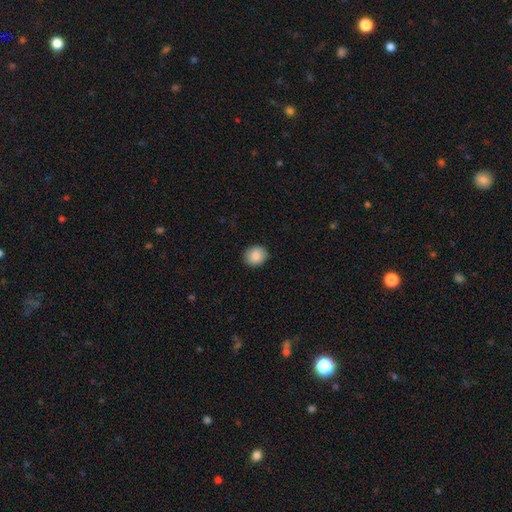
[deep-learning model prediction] This appears to be a smooth galaxy with no disk features (87%) that is round (77%). Merging: none (90%).